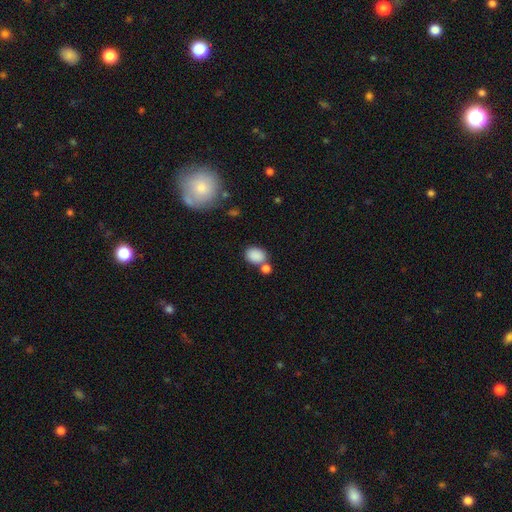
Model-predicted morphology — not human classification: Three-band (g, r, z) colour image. It shows a smooth galaxy with no disk features (86%) that is in between round and cigar-shaped (65%). Merging: none (59%).